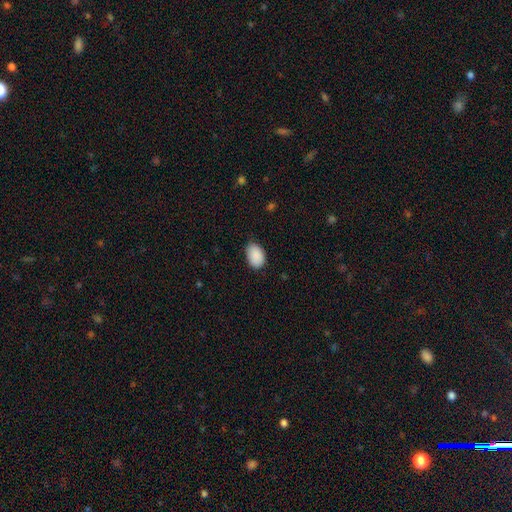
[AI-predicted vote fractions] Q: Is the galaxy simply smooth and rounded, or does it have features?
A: smooth — 90%.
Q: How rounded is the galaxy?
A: in between — 88%.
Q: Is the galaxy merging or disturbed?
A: none — 79%.